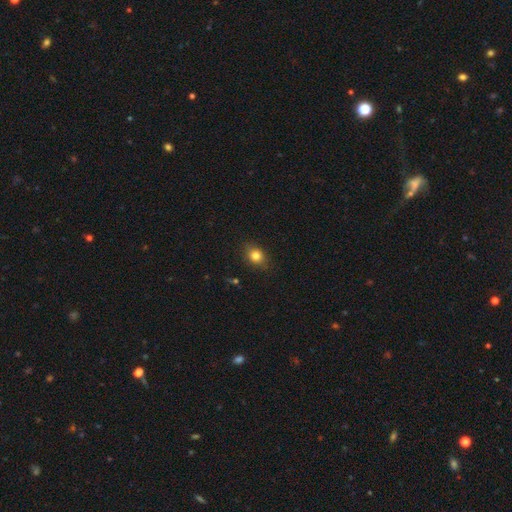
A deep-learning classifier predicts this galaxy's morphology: This is clearly a smooth galaxy (82%). How rounded: possibly in between (53%). Merging: clearly none (85%).